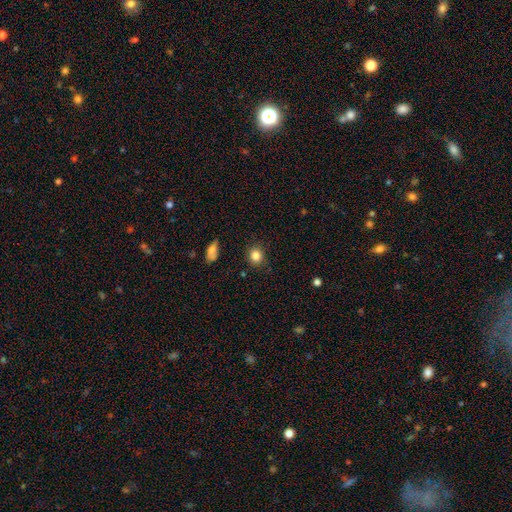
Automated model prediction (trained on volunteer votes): smooth_or_featured: smooth (p=0.85) [alt: star or artifact p=0.10]
how_rounded: round (p=0.79) [alt: in between p=0.19]
merging: none (p=0.84) [alt: minor disturbance p=0.11]